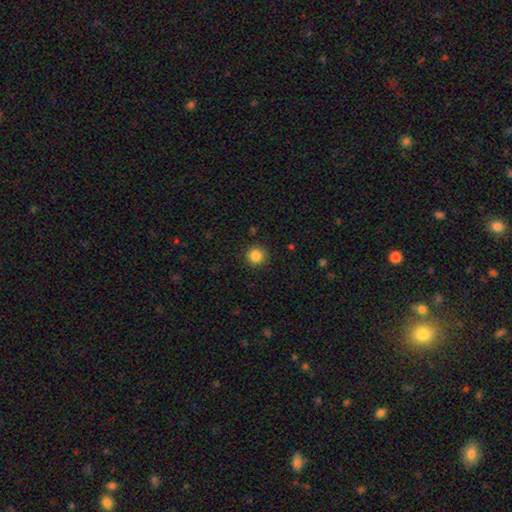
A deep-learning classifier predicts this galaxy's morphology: Overall: smooth (86%). How rounded: round (95%). Merging: none (91%).